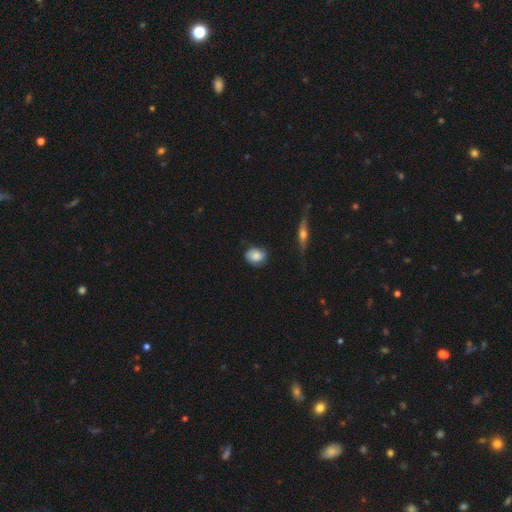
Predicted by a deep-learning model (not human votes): Smooth or featured: smooth — 77% (featured or disk — 15%)
How rounded: in between — 53% (round — 46%)
Merging: none — 68% (minor disturbance — 24%)